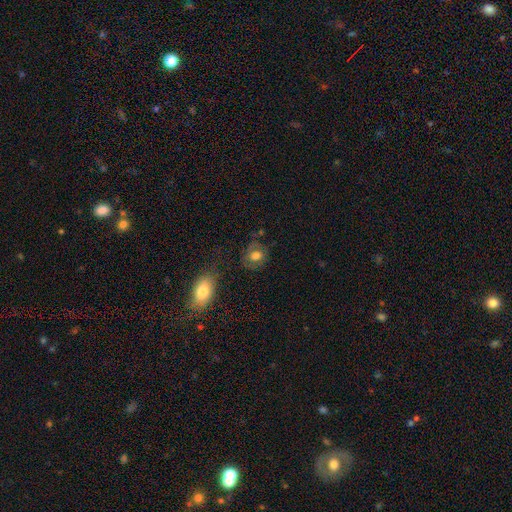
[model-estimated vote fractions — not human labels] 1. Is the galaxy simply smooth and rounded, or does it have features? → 63% smooth, 28% featured or disk, 9% star or artifact.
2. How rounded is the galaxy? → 64% round, 35% in between, 1% cigar-shaped.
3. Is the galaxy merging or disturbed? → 67% none, 19% minor disturbance, 10% major disturbance, 4% merger.